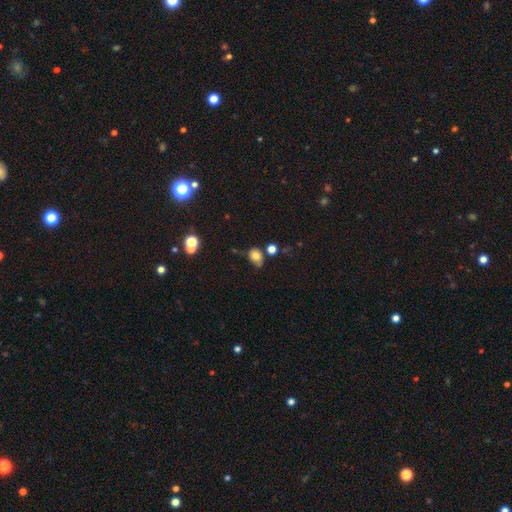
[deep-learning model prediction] Morphology: type=smooth (77%); roundness=in between (53%); merging=none (51%).